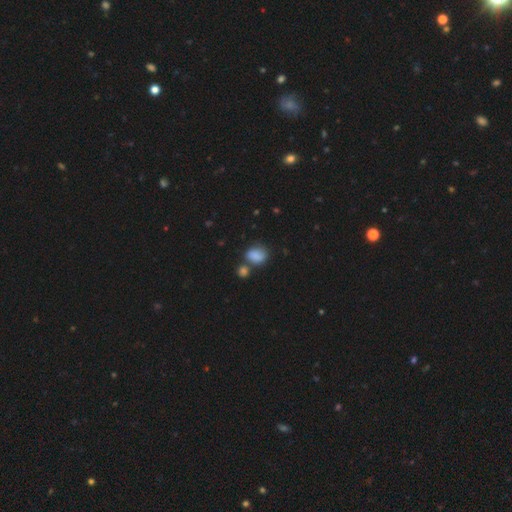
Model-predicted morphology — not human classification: Q: Smooth or featured?
A: smooth (83%); runner-up: star or artifact (10%)
Q: How rounded?
A: in between (59%); runner-up: round (39%)
Q: Merging?
A: none (48%); runner-up: merger (27%)